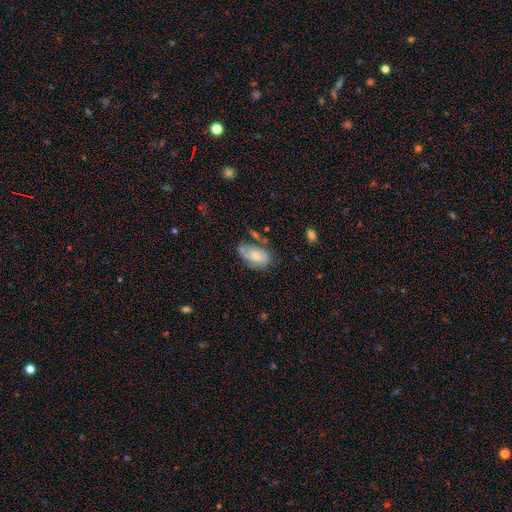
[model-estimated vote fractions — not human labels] smooth-or-featured: smooth: 65% | featured or disk: 28% | star or artifact: 7%
  how-rounded: in between: 92% | round: 6% | cigar-shaped: 2%
  merging: none: 45% | minor disturbance: 29% | major disturbance: 13% | merger: 12%